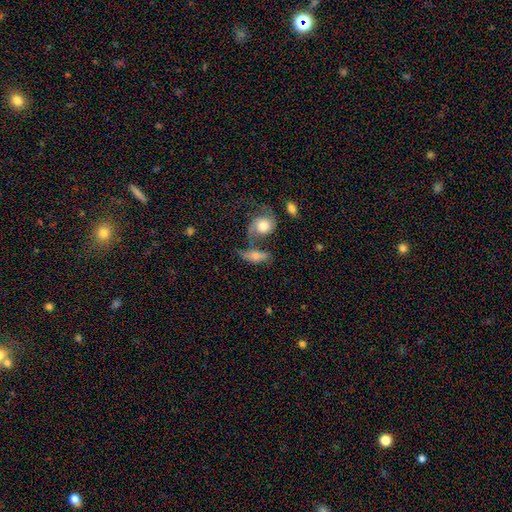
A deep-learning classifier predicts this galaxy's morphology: Smooth or featured? Predicted: smooth (p=0.50). How rounded? Predicted: in between (p=0.75). Merging? Predicted: merger (p=0.46).